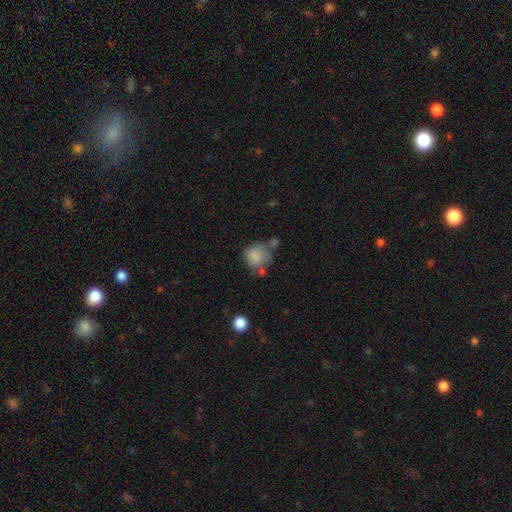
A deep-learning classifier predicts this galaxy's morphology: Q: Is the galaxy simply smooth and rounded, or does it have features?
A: smooth — 80%.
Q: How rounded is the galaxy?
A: round — 77%.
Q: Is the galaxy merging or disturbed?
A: none — 46%.